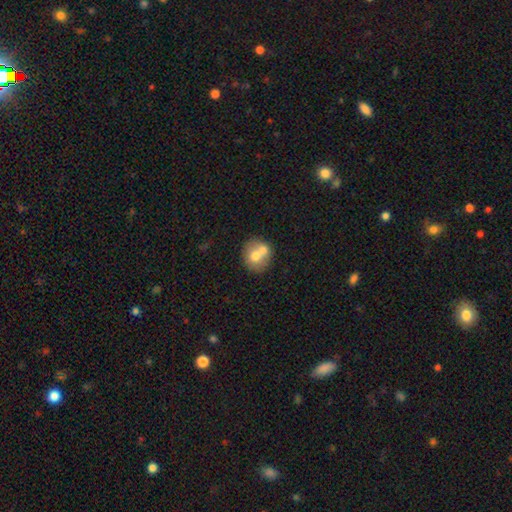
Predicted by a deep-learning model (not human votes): This appears to be a smooth galaxy with no disk features (66%) that is round (79%). Merging: merger (45%).